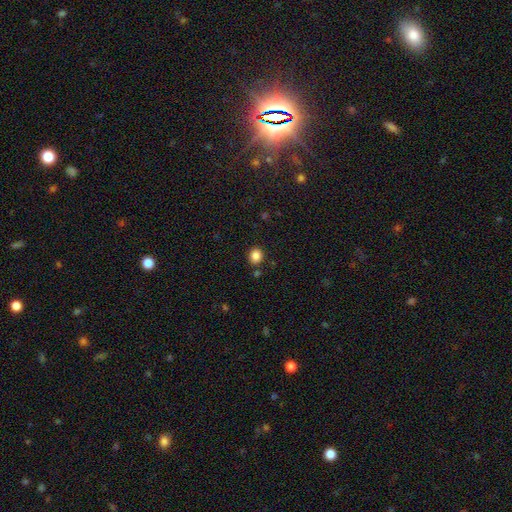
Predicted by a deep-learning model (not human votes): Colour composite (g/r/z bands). It shows a smooth galaxy with no disk features (85%) that is round (76%). Merging: none (85%).